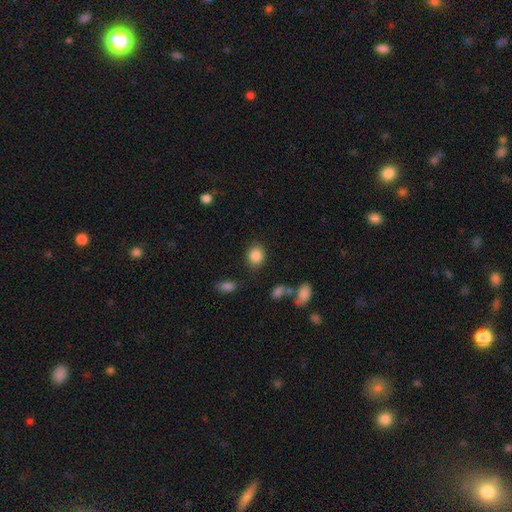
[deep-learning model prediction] Overall: smooth (86%). How rounded: round (68%; in between 31%). Merging: none (85%).